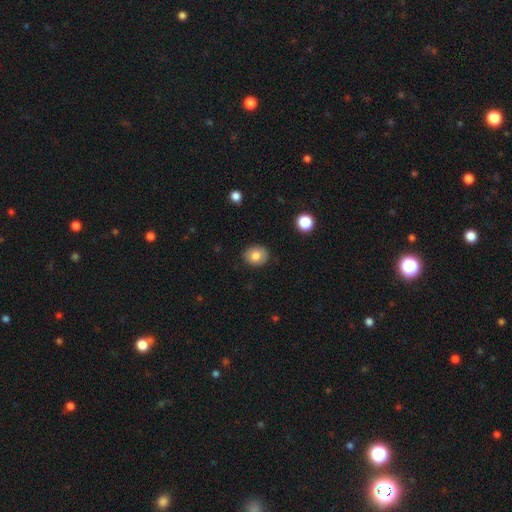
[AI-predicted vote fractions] The model was most divided on "how rounded": round: 65%, in between: 34%, cigar-shaped: 1%. More confident: merging — none (89%); smooth or featured — smooth (81%).